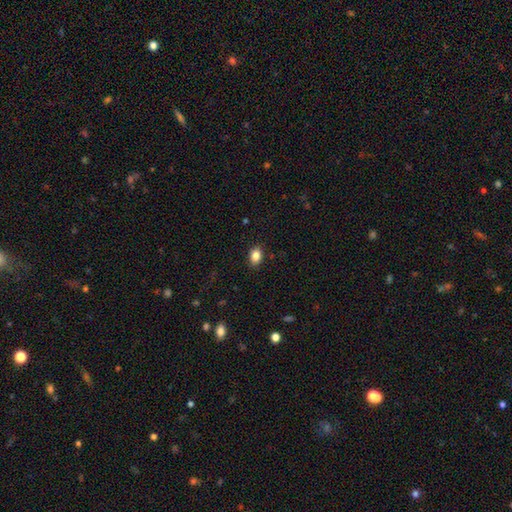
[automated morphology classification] Smooth or featured?
  - smooth: 85% *
  - star or artifact: 9%
  - featured or disk: 6%
How rounded?
  - in between: 79% *
  - round: 19%
  - cigar-shaped: 1%
Merging?
  - none: 87% *
  - minor disturbance: 10%
  - major disturbance: 2%
  - merger: 1%